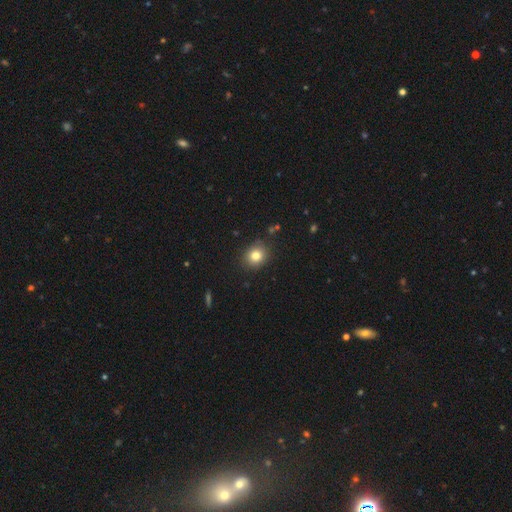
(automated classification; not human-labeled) This appears to be a smooth galaxy with no disk features (81%) that is round (72%). Merging: none (87%).